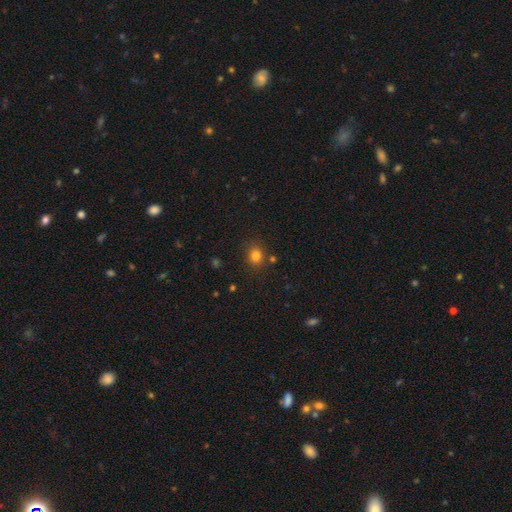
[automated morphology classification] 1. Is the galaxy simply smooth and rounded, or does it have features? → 81% smooth, 14% star or artifact, 5% featured or disk.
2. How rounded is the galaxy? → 79% round, 20% in between, 1% cigar-shaped.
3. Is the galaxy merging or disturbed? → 83% none, 10% minor disturbance, 4% merger, 3% major disturbance.